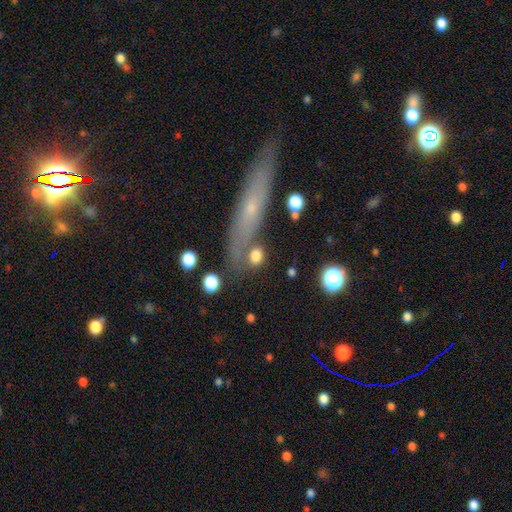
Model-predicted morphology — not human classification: smooth_or_featured: smooth (p=0.77) [alt: featured or disk p=0.12]
how_rounded: round (p=0.56) [alt: in between p=0.37]
merging: none (p=0.63) [alt: merger p=0.15]